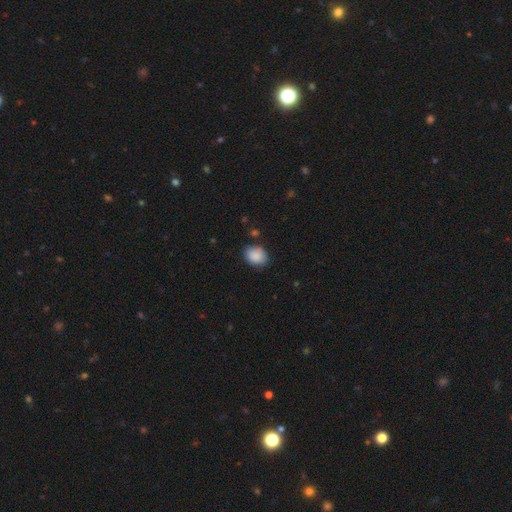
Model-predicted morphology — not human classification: This appears to be a smooth galaxy with no disk features (89%) that is in between round and cigar-shaped (62%). Merging: none (81%).